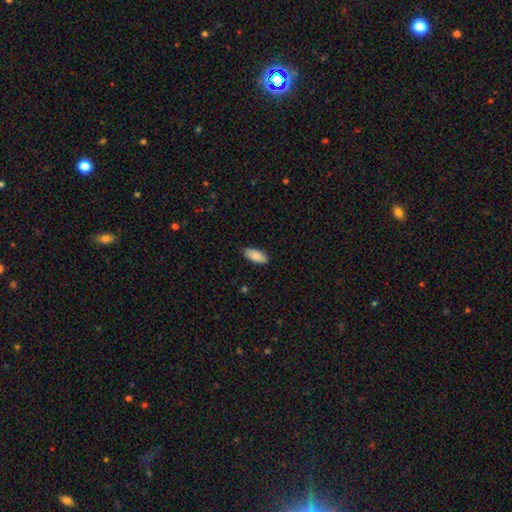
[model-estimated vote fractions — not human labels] smooth 88%, featured or disk 6%, star or artifact 6%. Down the decision tree: how rounded — in between (88%); merging — none (83%).